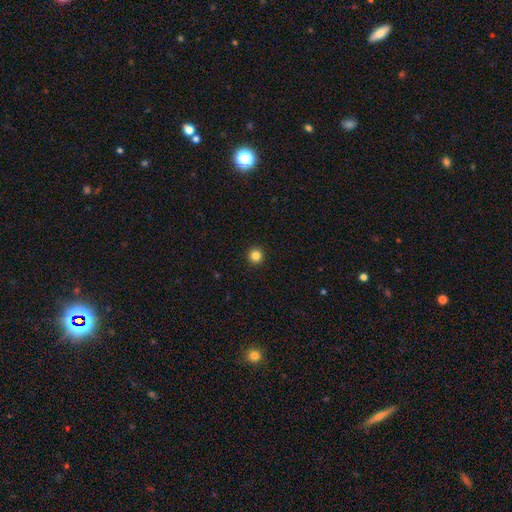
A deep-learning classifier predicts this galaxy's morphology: A smooth galaxy with no disk features (84%) that is round (96%). Merging: none (94%).